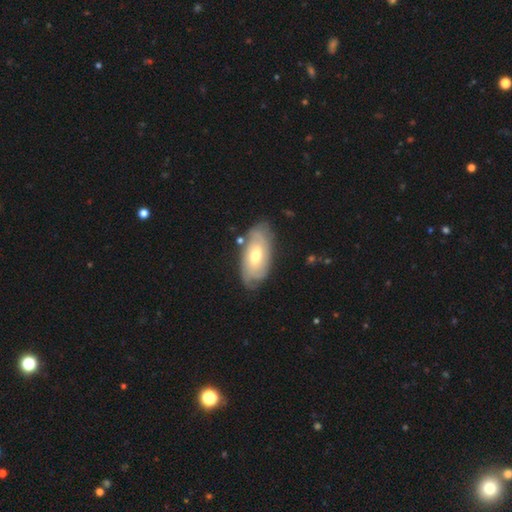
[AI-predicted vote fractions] A featured or disk galaxy (68%) with no bar (58%), tight (68%) spiral arms (85%) and a moderate central bulge (68%). Merging: none (76%).